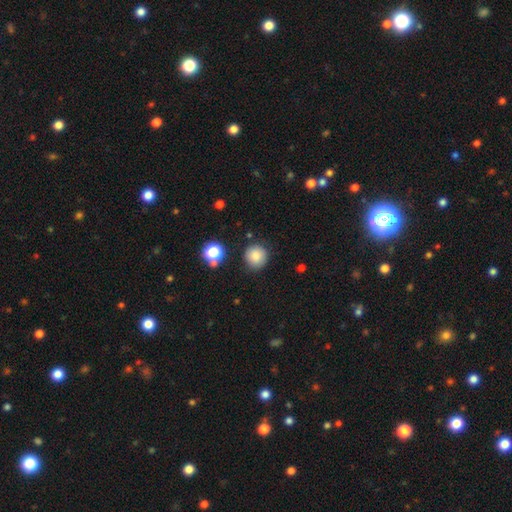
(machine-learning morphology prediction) This is clearly a smooth galaxy (83%). How rounded: clearly round (93%). Merging: clearly none (84%).